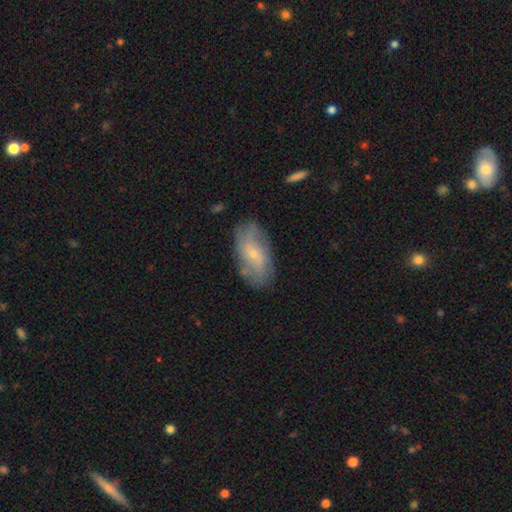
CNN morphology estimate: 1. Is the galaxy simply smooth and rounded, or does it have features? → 53% featured or disk, 39% smooth, 8% star or artifact.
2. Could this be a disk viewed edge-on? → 90% no, 10% yes.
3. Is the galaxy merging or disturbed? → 74% none, 19% minor disturbance, 5% major disturbance, 2% merger.